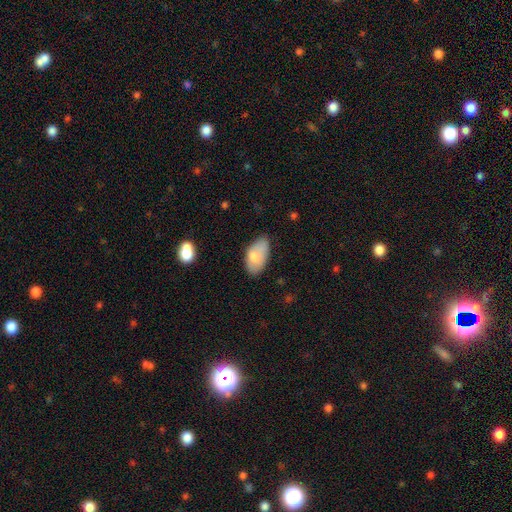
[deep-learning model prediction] Morphology: type=smooth (78%); roundness=in between (95%); merging=none (57%).